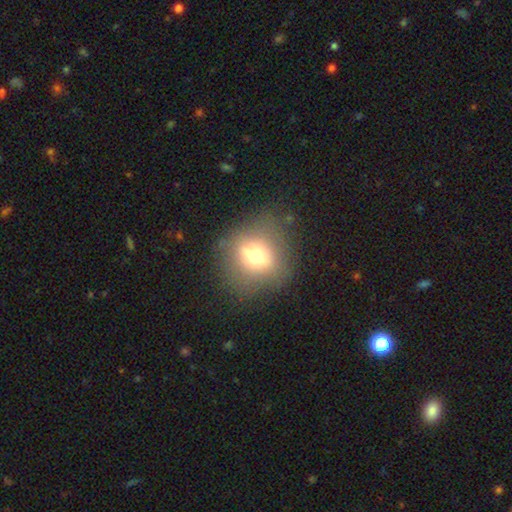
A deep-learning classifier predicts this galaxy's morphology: Q: Smooth or featured?
A: smooth (55%); runner-up: featured or disk (32%)
Q: How rounded?
A: round (79%); runner-up: in between (19%)
Q: Merging?
A: none (76%); runner-up: minor disturbance (14%)